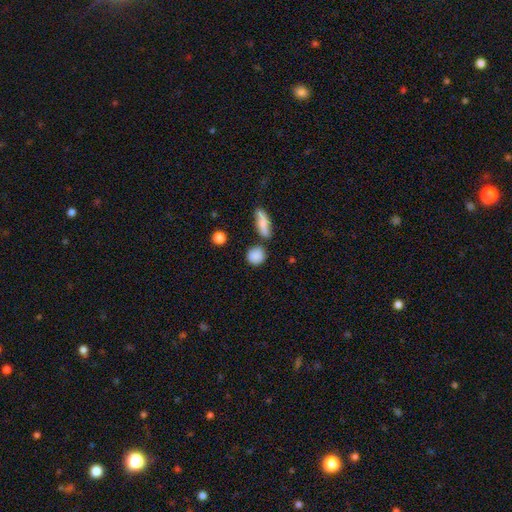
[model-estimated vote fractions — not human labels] Smooth or featured? Predicted: smooth (p=0.84). How rounded? Predicted: round (p=0.77). Merging? Predicted: none (p=0.70).